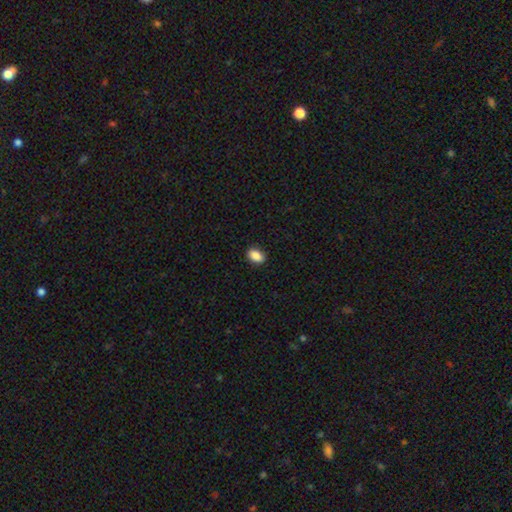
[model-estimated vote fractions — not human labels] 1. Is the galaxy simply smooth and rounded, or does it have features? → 89% smooth, 8% star or artifact, 4% featured or disk.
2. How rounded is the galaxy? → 86% in between, 12% round, 2% cigar-shaped.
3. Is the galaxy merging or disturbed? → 89% none, 8% minor disturbance, 2% major disturbance, 1% merger.